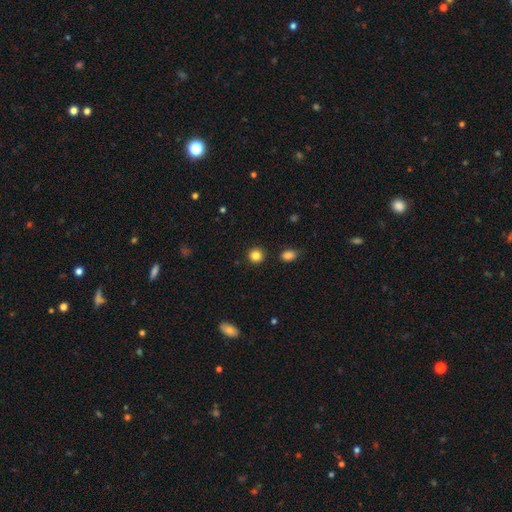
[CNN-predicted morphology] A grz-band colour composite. It shows a smooth galaxy with no disk features (85%) that is round (92%). Merging: none (91%).